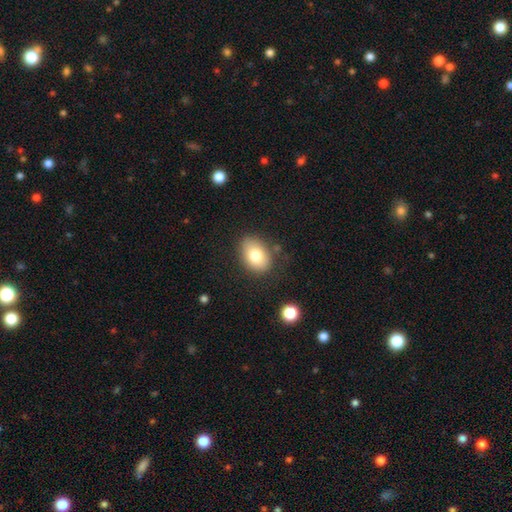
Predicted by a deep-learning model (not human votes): A smooth galaxy with no disk features (79%) that is in between round and cigar-shaped (77%).

Vote fractions:
- Smooth or featured? smooth: 79% / featured or disk: 12% / star or artifact: 9%
- How rounded? in between: 77% / round: 22% / cigar-shaped: 1%
- Merging? none: 79% / minor disturbance: 14% / major disturbance: 4% / merger: 3%